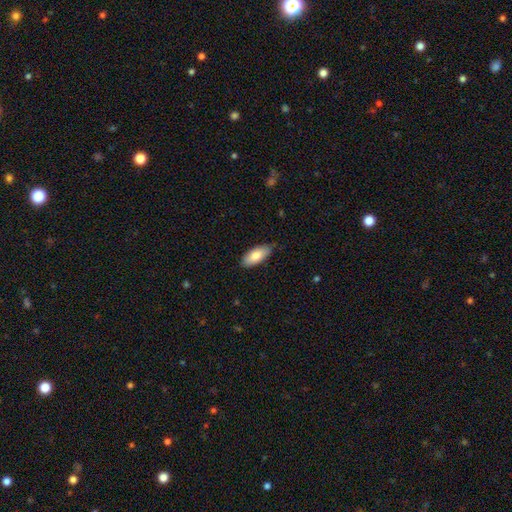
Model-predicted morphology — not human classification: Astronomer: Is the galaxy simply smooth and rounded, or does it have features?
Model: smooth — 83%.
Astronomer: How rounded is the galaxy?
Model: in between — 88%.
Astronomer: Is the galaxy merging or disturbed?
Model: none — 79%.